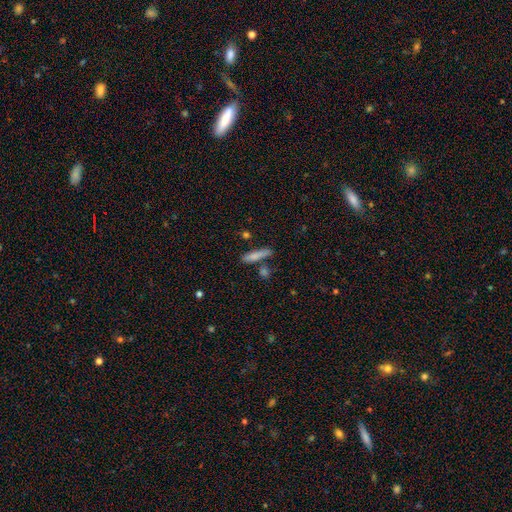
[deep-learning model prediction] Overall: smooth (77%). How rounded: cigar-shaped (83%). Merging: none (71%).